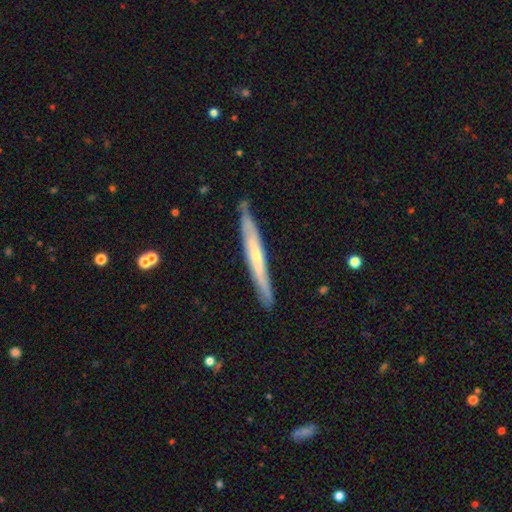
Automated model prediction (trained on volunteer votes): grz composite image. It shows a featured or disk galaxy (61%) viewed edge-on (93%) with no central bulge (53%). Merging: none (87%).